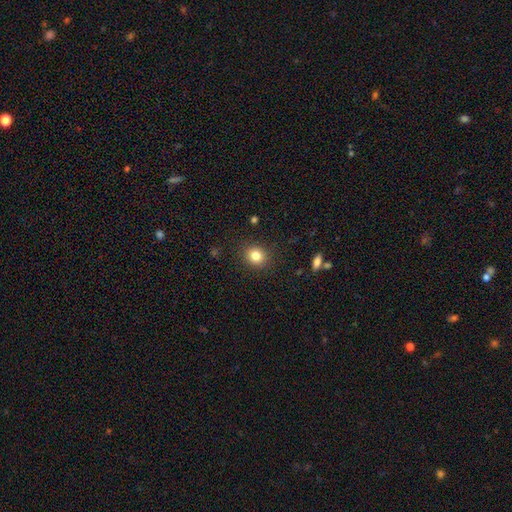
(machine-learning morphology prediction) This is clearly a smooth galaxy (83%). How rounded: likely round (79%). Merging: clearly none (89%).